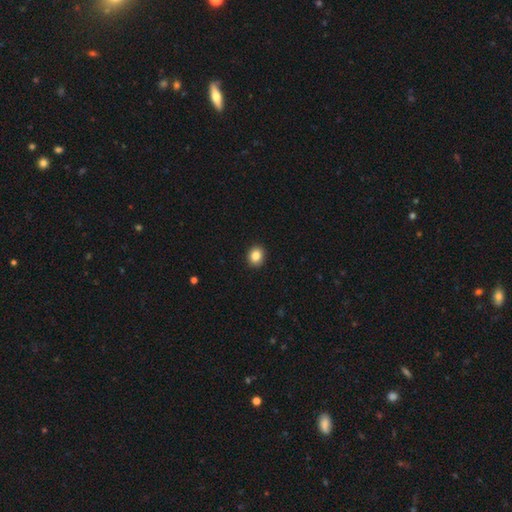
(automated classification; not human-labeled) Overall: smooth (86%). How rounded: round (68%; in between 31%). Merging: none (92%).